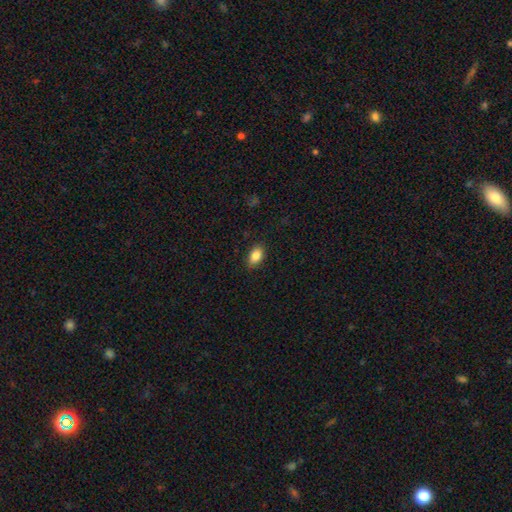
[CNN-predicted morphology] This is clearly a smooth galaxy (86%). How rounded: clearly in between (89%). Merging: clearly none (88%).